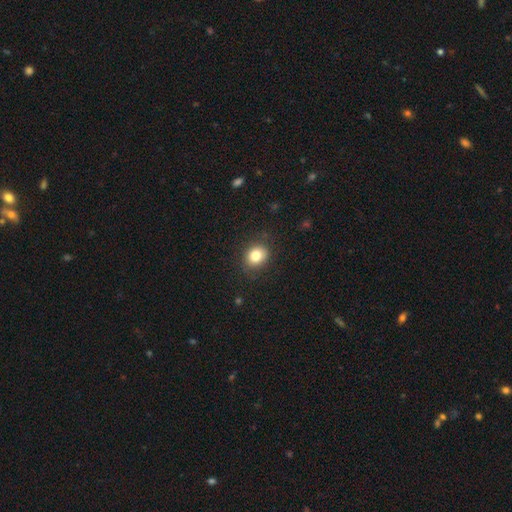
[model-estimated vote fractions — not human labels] This appears to be a smooth galaxy with no disk features (81%) that is round (60%). Merging: none (85%).